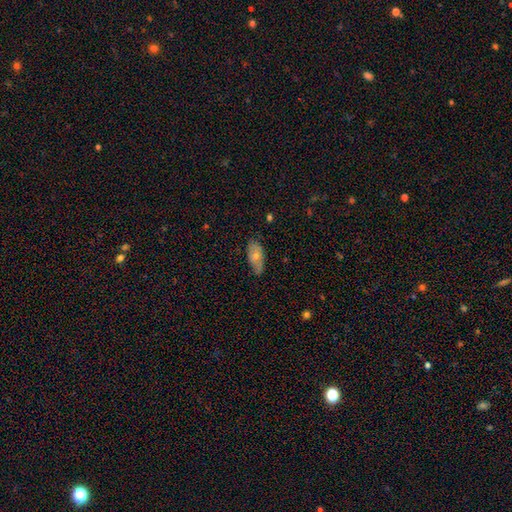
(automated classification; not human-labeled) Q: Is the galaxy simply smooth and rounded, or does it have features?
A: smooth — 65%.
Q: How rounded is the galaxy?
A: in between — 89%.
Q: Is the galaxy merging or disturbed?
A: none — 63%.